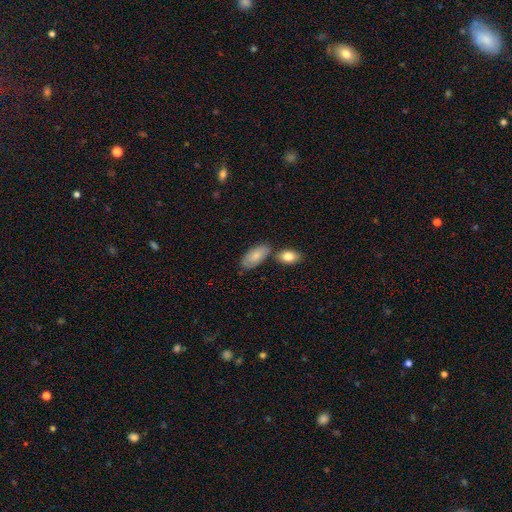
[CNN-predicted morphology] smooth-or-featured: smooth: 77% | featured or disk: 16% | star or artifact: 6%
  how-rounded: in between: 92% | cigar-shaped: 6% | round: 3%
  merging: none: 59% | merger: 19% | minor disturbance: 18% | major disturbance: 4%